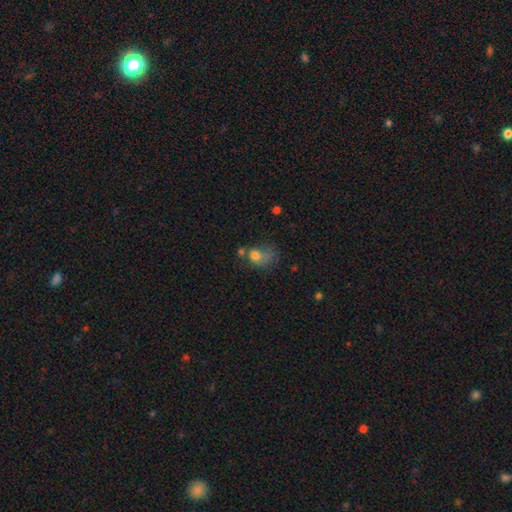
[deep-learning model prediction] A smooth galaxy with no disk features (71%) that is in between round and cigar-shaped (54%).

Vote fractions:
- Smooth or featured? smooth: 71% / featured or disk: 17% / star or artifact: 12%
- How rounded? in between: 54% / round: 44% / cigar-shaped: 1%
- Merging? major disturbance: 36% / none: 22% / merger: 22% / minor disturbance: 20%